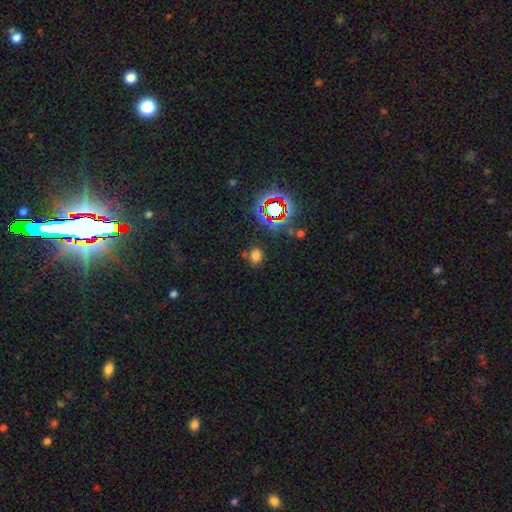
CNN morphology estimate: Smooth or featured? Predicted: smooth (p=0.67). How rounded? Predicted: round (p=0.67). Merging? Predicted: none (p=0.79).